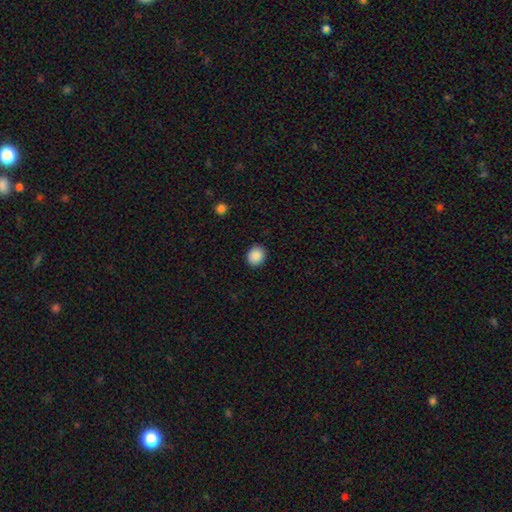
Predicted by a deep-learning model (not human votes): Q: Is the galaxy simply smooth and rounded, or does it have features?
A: smooth — 89%.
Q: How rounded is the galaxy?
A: round — 78%.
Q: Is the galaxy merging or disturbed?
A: none — 91%.